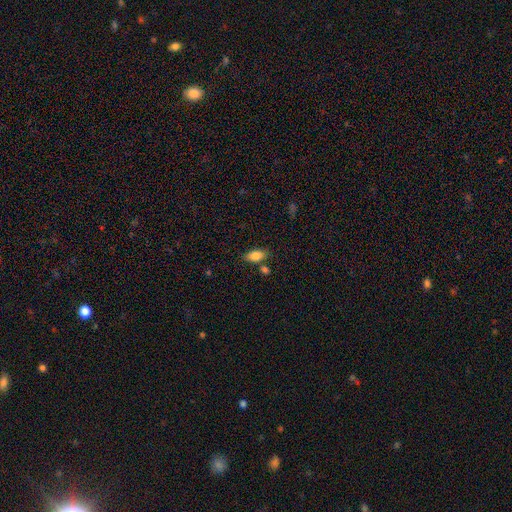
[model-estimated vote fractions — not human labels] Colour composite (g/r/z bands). It shows a smooth galaxy with no disk features (83%) that is in between round and cigar-shaped (89%). Merging: none (75%).